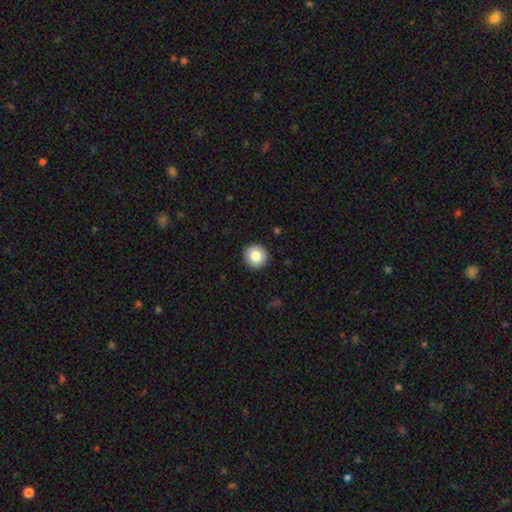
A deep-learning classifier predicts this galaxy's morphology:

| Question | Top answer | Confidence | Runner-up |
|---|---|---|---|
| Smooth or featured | smooth | 84% | star or artifact (9%) |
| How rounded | round | 91% | in between (8%) |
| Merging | none | 92% | minor disturbance (5%) |